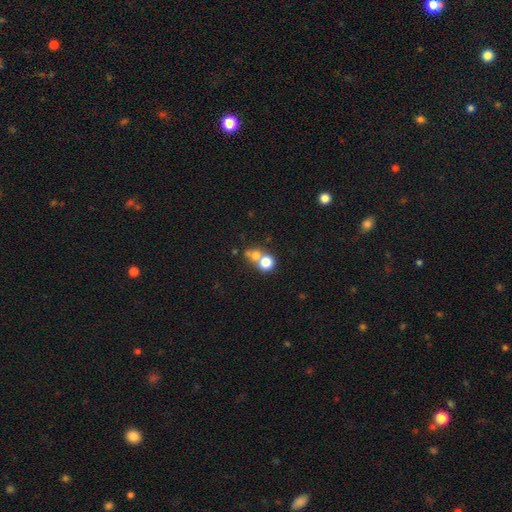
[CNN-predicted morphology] smooth-or-featured: smooth: 69% | star or artifact: 16% | featured or disk: 15%
  how-rounded: round: 81% | in between: 18% | cigar-shaped: 1%
  merging: merger: 52% | none: 36% | minor disturbance: 6% | major disturbance: 5%